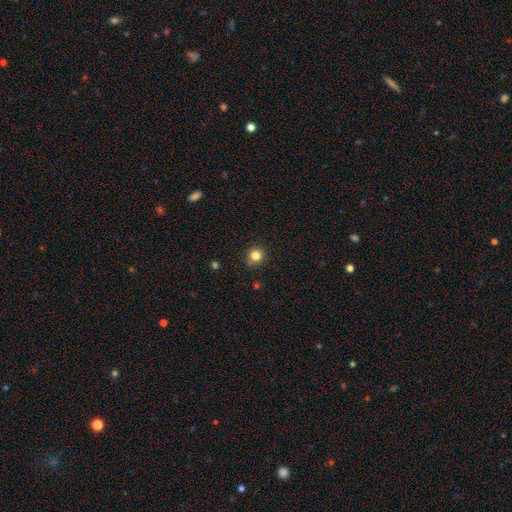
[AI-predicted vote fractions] A smooth galaxy with no disk features (81%) that is round (91%). Merging: none (85%).